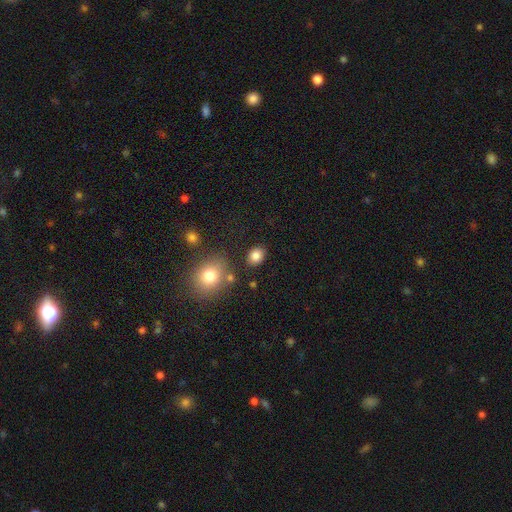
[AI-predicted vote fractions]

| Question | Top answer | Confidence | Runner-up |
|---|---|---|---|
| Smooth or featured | smooth | 84% | star or artifact (10%) |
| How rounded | in between | 58% | round (41%) |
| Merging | none | 83% | minor disturbance (10%) |